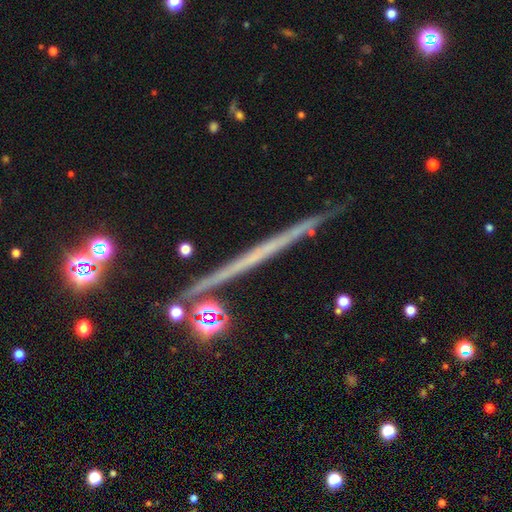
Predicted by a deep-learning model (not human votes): Morphology: type=featured or disk (62%); edge-on=yes (97%); edge-on bulge=none (90%); merging=none (88%).